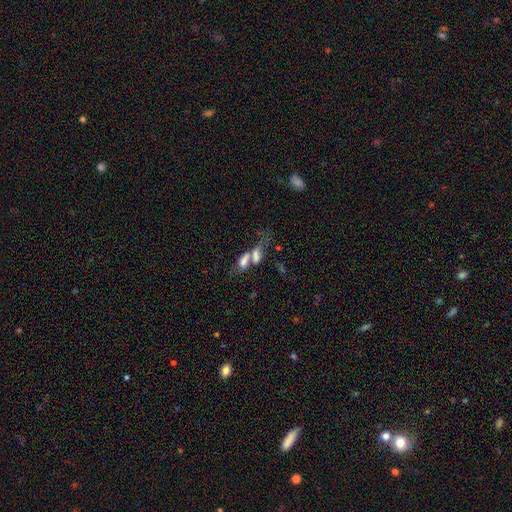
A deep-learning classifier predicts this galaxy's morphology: Smooth or featured? smooth (65%)
How rounded? in between (74%)
Merging? merger (65%)